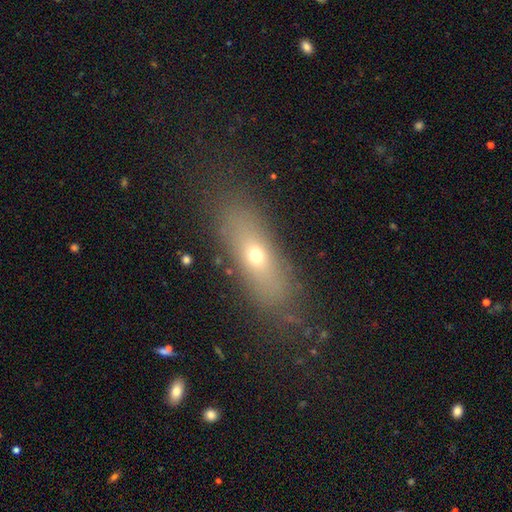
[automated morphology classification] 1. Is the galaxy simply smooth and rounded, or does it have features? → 59% smooth, 28% featured or disk, 13% star or artifact.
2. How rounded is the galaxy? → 56% in between, 38% cigar-shaped, 6% round.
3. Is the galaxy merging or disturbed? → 78% none, 13% minor disturbance, 7% major disturbance, 2% merger.